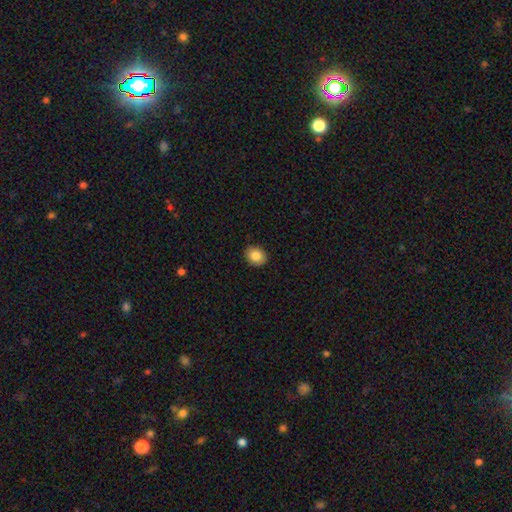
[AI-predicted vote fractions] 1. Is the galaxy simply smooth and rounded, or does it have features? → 84% smooth, 9% star or artifact, 7% featured or disk.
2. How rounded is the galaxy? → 57% round, 42% in between, 1% cigar-shaped.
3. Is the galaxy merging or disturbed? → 90% none, 7% minor disturbance, 2% major disturbance, 1% merger.